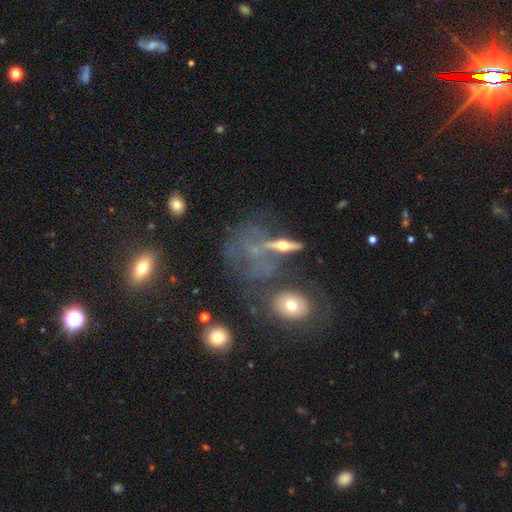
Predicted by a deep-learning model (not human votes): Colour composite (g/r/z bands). It shows a featured or disk galaxy (41%). Merging: none (40%).